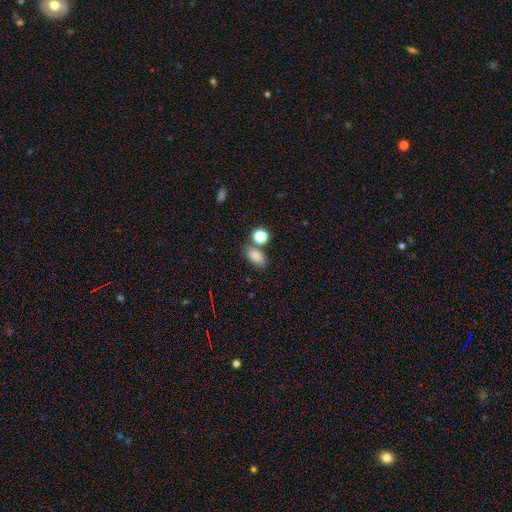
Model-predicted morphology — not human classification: Q: Smooth or featured?
A: smooth (82%); runner-up: star or artifact (12%)
Q: How rounded?
A: in between (86%); runner-up: round (12%)
Q: Merging?
A: none (64%); runner-up: merger (18%)